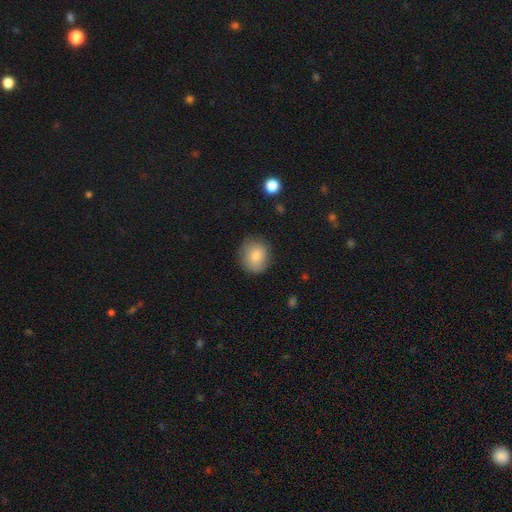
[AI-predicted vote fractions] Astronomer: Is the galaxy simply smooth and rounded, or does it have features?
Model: smooth — 80%.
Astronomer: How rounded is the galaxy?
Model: round — 85%.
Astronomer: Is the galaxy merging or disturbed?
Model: none — 83%.